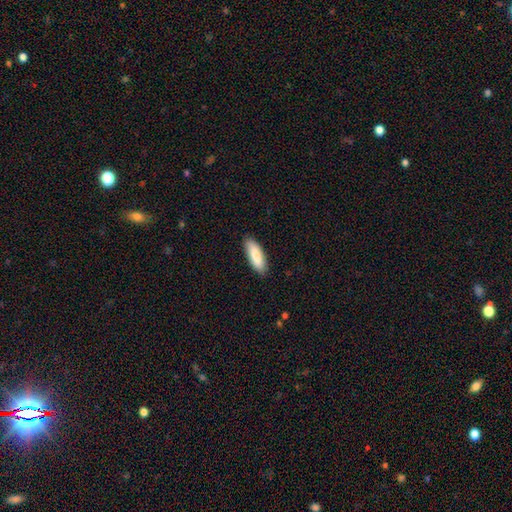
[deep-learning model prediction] This is clearly a smooth galaxy (87%). How rounded: possibly in between (58%). Merging: clearly none (88%).